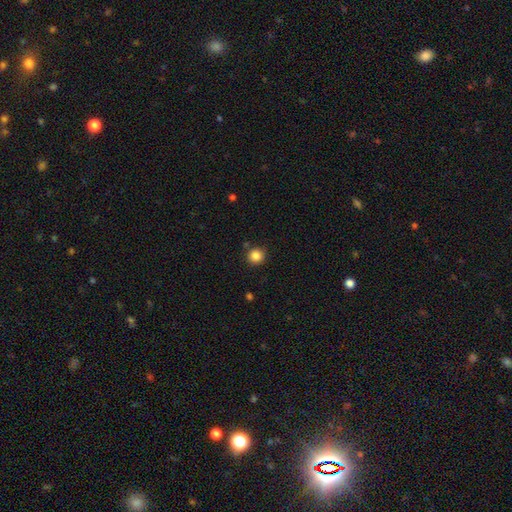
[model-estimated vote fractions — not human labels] Smooth or featured? smooth (86%)
How rounded? round (93%)
Merging? none (86%)